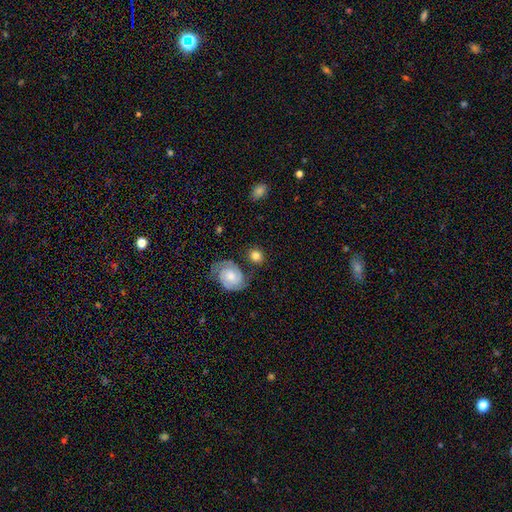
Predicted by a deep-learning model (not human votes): Smooth or featured: smooth — 70% (featured or disk — 23%)
How rounded: round — 76% (in between — 23%)
Merging: none — 72% (minor disturbance — 13%)